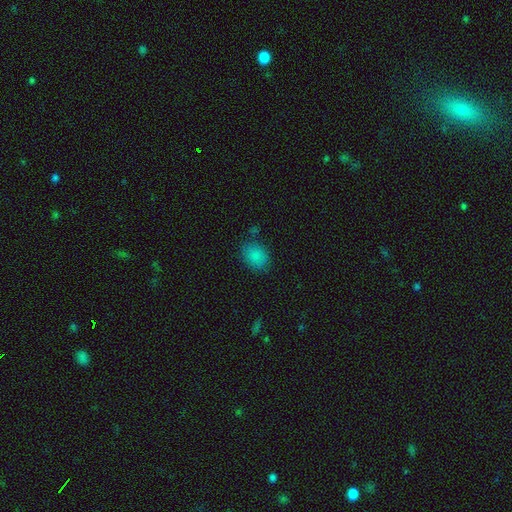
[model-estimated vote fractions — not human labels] Q: Smooth or featured?
A: smooth (85%); runner-up: star or artifact (11%)
Q: How rounded?
A: in between (60%); runner-up: round (39%)
Q: Merging?
A: none (76%); runner-up: minor disturbance (15%)